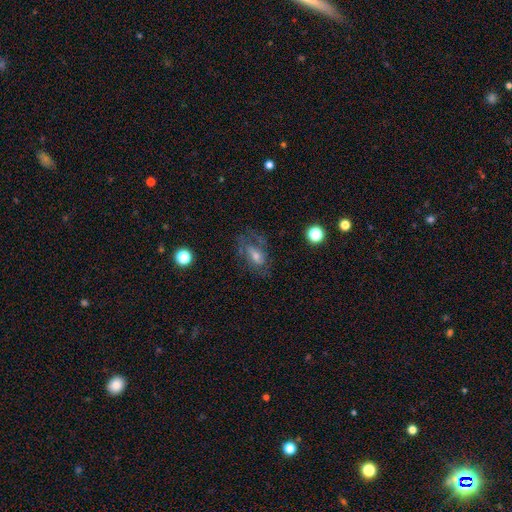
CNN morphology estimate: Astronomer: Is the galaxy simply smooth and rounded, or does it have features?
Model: featured or disk — 54% (runner-up: smooth, 32%).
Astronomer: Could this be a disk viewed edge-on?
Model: no — 92%.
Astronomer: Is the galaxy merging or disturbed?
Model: none — 57%.